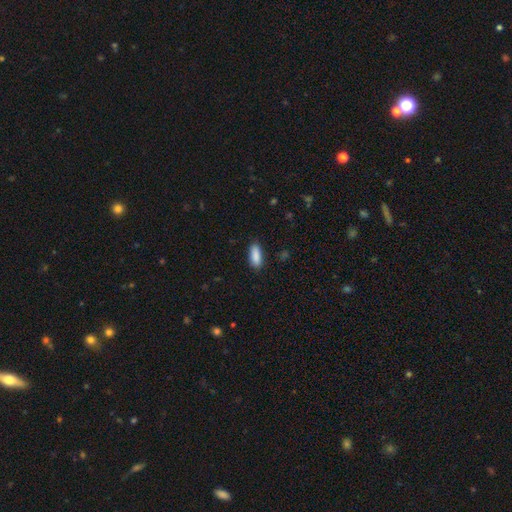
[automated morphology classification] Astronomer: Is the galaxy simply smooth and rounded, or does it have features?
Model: smooth — 90%.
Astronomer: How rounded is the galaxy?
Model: in between — 79%.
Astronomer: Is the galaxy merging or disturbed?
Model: none — 86%.